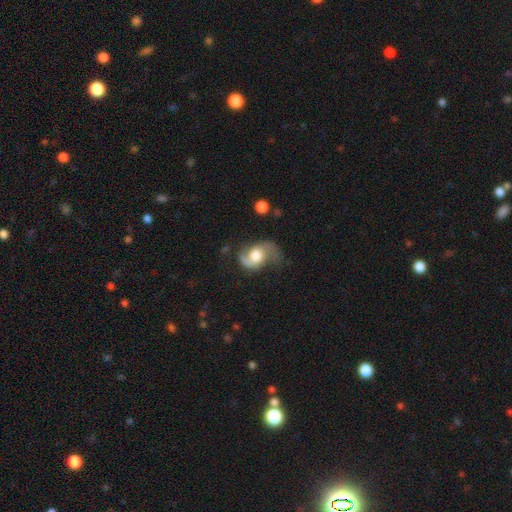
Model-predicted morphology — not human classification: featured or disk 75%, smooth 18%, star or artifact 6%. Down the decision tree: edge-on disk — no (97%); bar — no (63%); spiral arms — yes (93%); spiral arm count — 2 (83%); spiral winding — loose (53%); bulge size — moderate (47%); merging — none (51%).